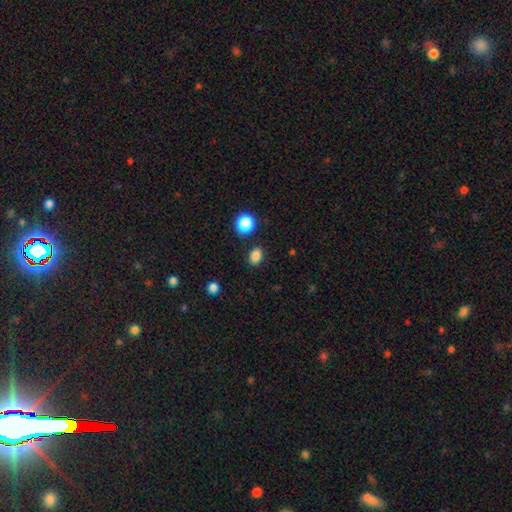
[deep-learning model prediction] This appears to be a smooth galaxy with no disk features (85%) that is in between round and cigar-shaped (62%). Merging: none (84%).